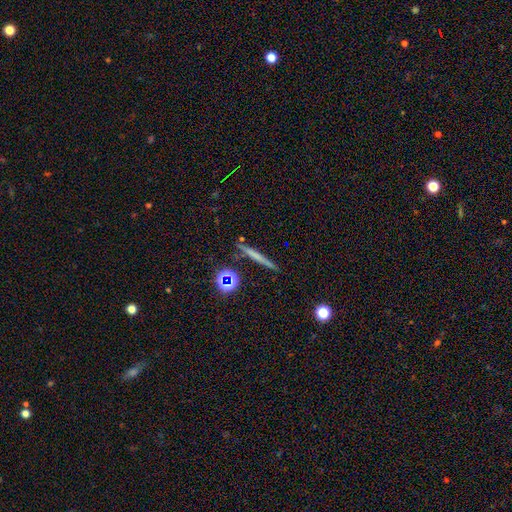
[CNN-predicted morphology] This appears to be a smooth galaxy with no disk features (52%) that is cigar-shaped (90%). Merging: none (85%).